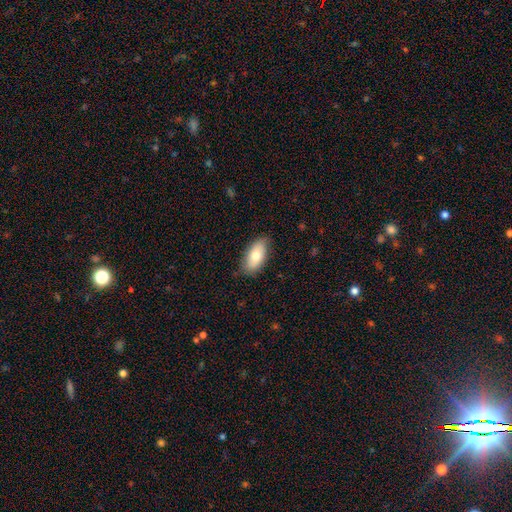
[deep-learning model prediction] smooth 76%, featured or disk 18%, star or artifact 6%. Down the decision tree: how rounded — in between (92%); merging — none (83%).